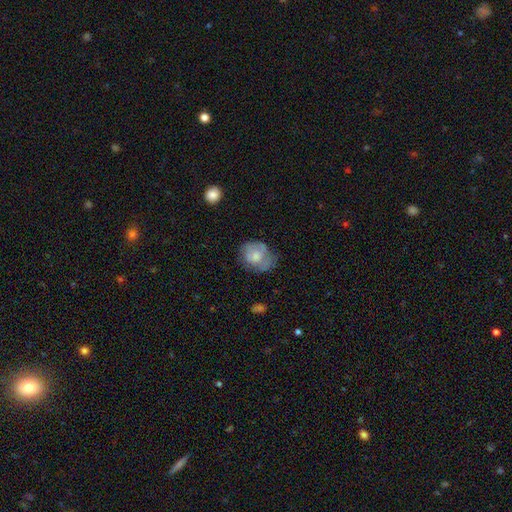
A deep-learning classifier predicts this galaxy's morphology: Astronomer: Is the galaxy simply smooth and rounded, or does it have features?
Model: smooth — 57% (runner-up: featured or disk, 35%).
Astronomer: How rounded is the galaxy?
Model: in between — 50% (runner-up: round, 49%).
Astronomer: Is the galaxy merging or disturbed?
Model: none — 49% (runner-up: minor disturbance, 31%).